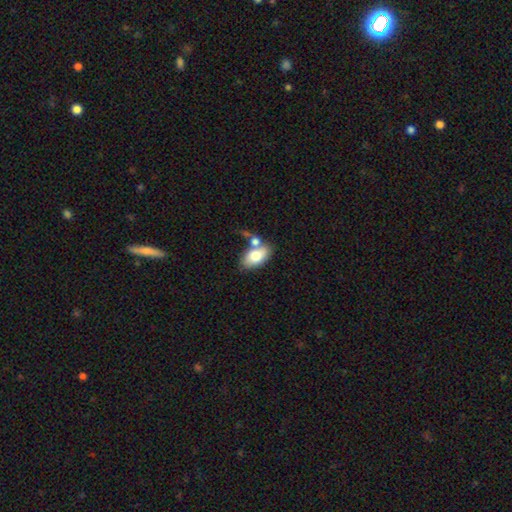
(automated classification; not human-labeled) Smooth or featured?
  - smooth: 74% *
  - featured or disk: 20%
  - star or artifact: 7%
How rounded?
  - in between: 91% *
  - round: 6%
  - cigar-shaped: 2%
Merging?
  - none: 45% *
  - merger: 35%
  - minor disturbance: 14%
  - major disturbance: 6%